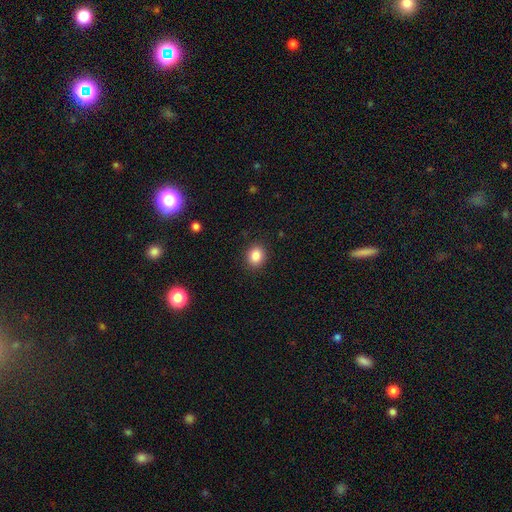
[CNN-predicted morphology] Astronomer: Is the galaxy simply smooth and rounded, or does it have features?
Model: smooth — 86%.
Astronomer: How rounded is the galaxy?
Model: round — 70%.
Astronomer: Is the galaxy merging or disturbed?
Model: none — 90%.